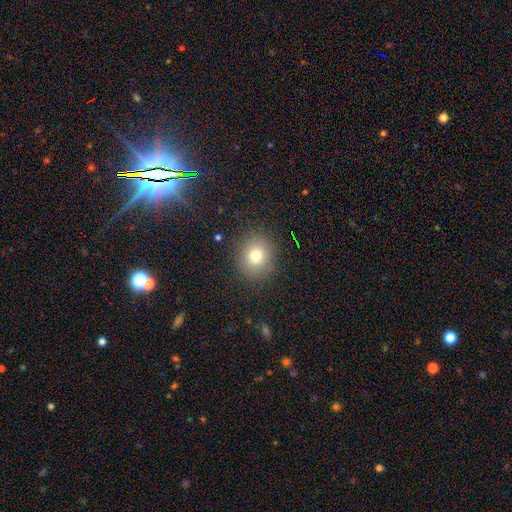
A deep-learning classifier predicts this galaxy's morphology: A smooth galaxy with no disk features (75%) that is round (82%).

Vote fractions:
- Smooth or featured? smooth: 75% / star or artifact: 14% / featured or disk: 10%
- How rounded? round: 82% / in between: 17% / cigar-shaped: 1%
- Merging? none: 88% / minor disturbance: 8% / major disturbance: 3% / merger: 1%